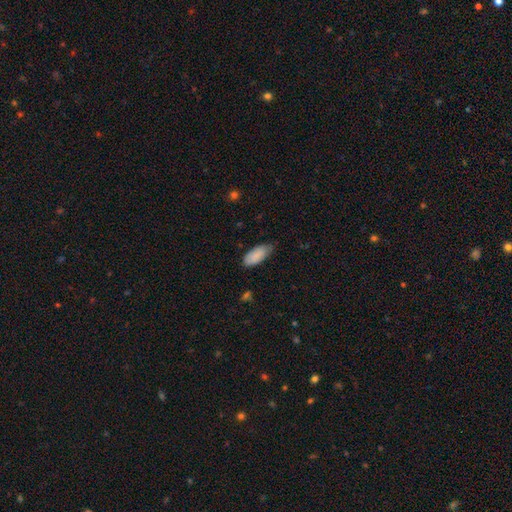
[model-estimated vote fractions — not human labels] Smooth or featured: smooth — 87% (featured or disk — 7%)
How rounded: in between — 88% (cigar-shaped — 10%)
Merging: none — 66% (minor disturbance — 29%)